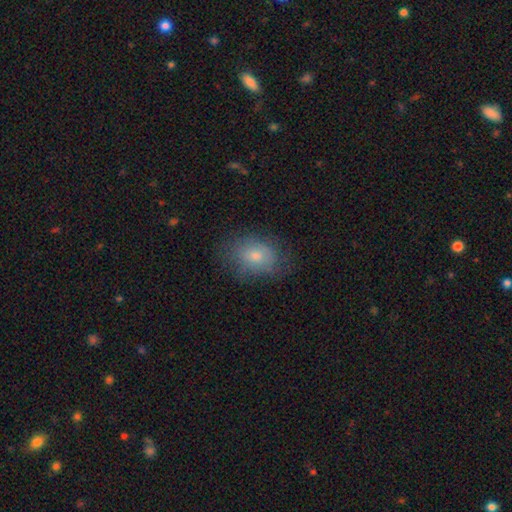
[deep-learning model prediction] smooth-or-featured: smooth: 74% | featured or disk: 17% | star or artifact: 9%
  how-rounded: in between: 66% | round: 33% | cigar-shaped: 1%
  merging: none: 68% | minor disturbance: 22% | major disturbance: 9% | merger: 1%